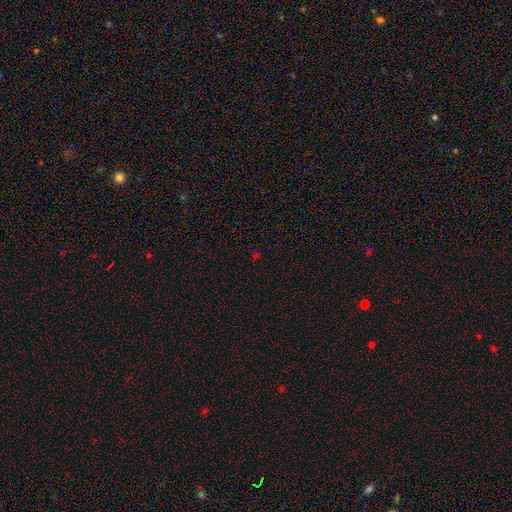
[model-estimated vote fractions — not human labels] Overall: star or artifact (62%; smooth 31%).